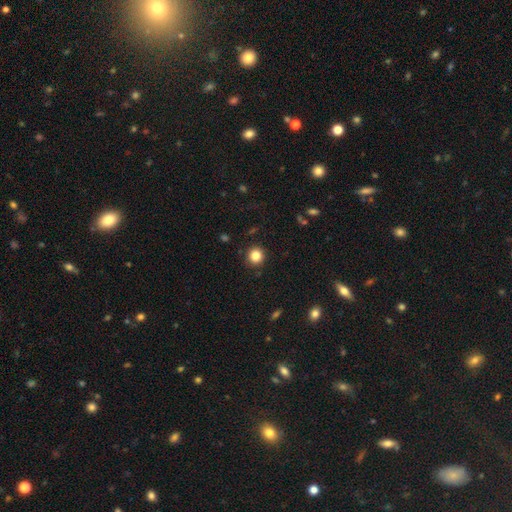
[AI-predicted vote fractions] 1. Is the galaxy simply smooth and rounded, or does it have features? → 83% smooth, 12% star or artifact, 5% featured or disk.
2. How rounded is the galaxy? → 92% round, 7% in between, 1% cigar-shaped.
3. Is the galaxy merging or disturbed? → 90% none, 6% minor disturbance, 2% major disturbance, 1% merger.